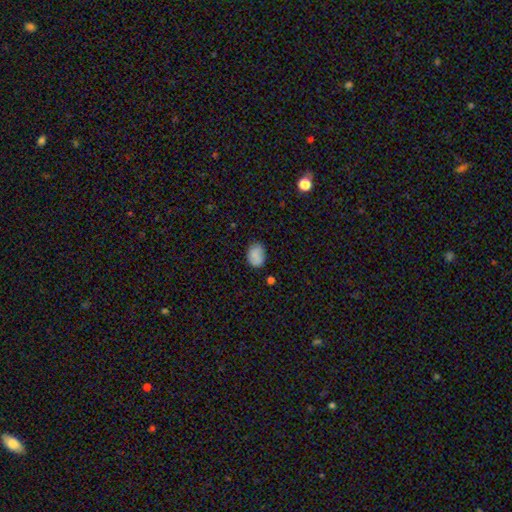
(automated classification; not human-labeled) Smooth or featured?
  - smooth: 83% *
  - featured or disk: 9%
  - star or artifact: 9%
How rounded?
  - in between: 71% *
  - round: 28%
  - cigar-shaped: 1%
Merging?
  - none: 77% *
  - minor disturbance: 18%
  - major disturbance: 4%
  - merger: 2%